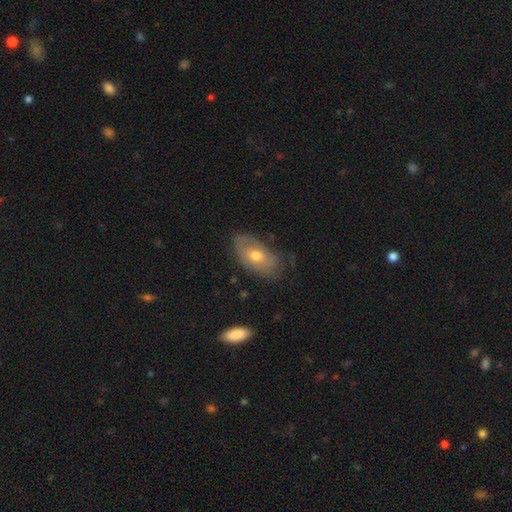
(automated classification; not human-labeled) This is possibly a smooth galaxy (52%). How rounded: clearly in between (92%). Merging: likely none (65%).